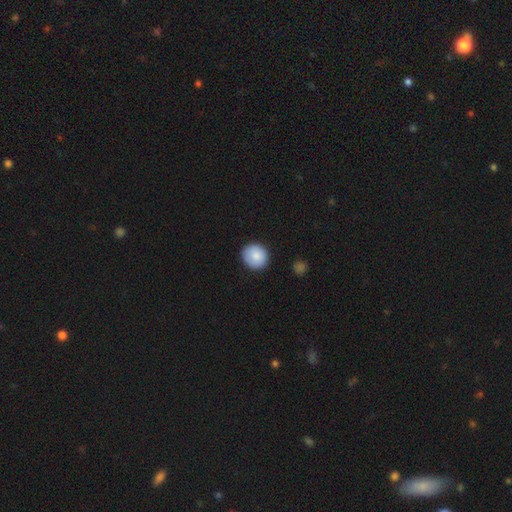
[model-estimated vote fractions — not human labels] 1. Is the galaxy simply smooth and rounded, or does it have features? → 87% smooth, 7% star or artifact, 6% featured or disk.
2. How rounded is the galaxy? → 87% round, 12% in between, 1% cigar-shaped.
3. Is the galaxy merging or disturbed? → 89% none, 8% minor disturbance, 2% major disturbance, 1% merger.